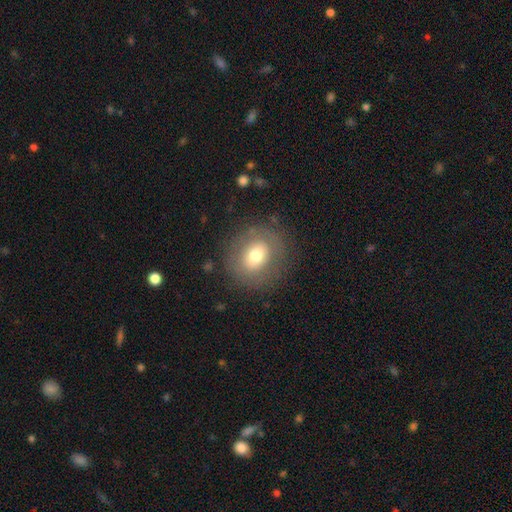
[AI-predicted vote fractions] Morphology: type=smooth (66%); roundness=round (76%); merging=none (82%).